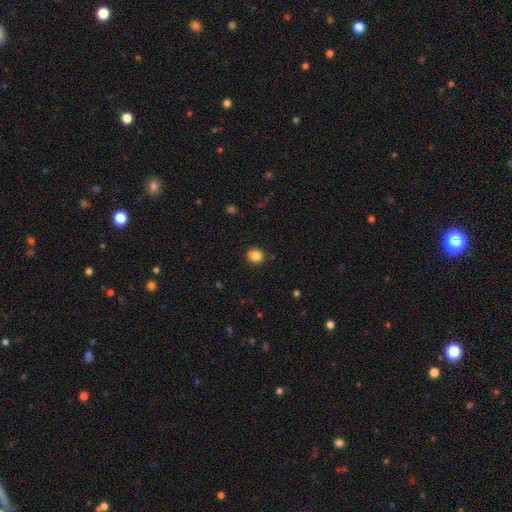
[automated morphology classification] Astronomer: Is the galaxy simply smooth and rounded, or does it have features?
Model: smooth — 83%.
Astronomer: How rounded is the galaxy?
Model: round — 83%.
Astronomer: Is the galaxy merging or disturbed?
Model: none — 79%.